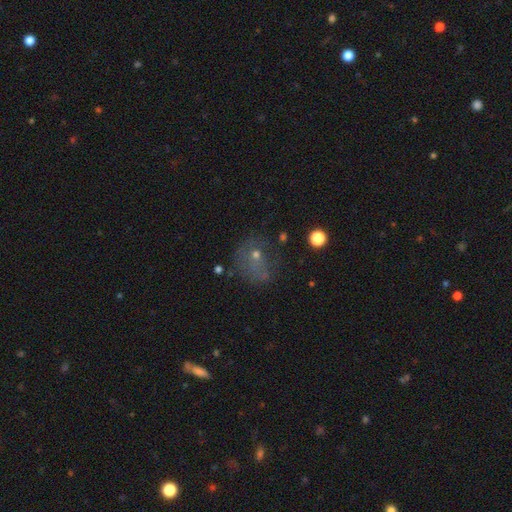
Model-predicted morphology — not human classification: The model was most divided on "smooth or featured": smooth: 43%, featured or disk: 33%, star or artifact: 24%. Remaining: merging — none (44%).